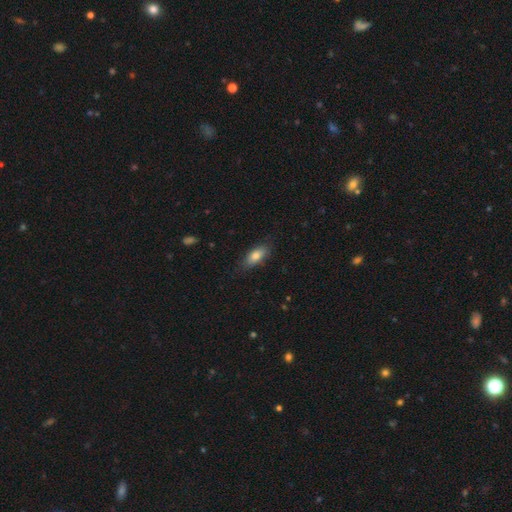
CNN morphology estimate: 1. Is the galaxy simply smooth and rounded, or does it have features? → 78% smooth, 15% featured or disk, 7% star or artifact.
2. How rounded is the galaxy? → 81% in between, 15% cigar-shaped, 3% round.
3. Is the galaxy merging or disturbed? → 80% none, 15% minor disturbance, 3% major disturbance, 1% merger.